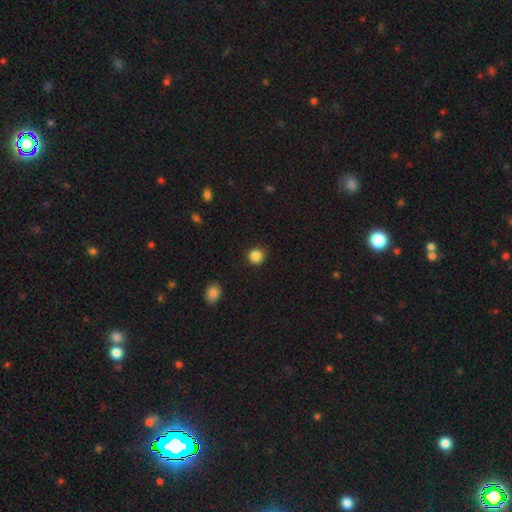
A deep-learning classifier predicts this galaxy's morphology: Overall: smooth (86%). How rounded: round (90%). Merging: none (89%).